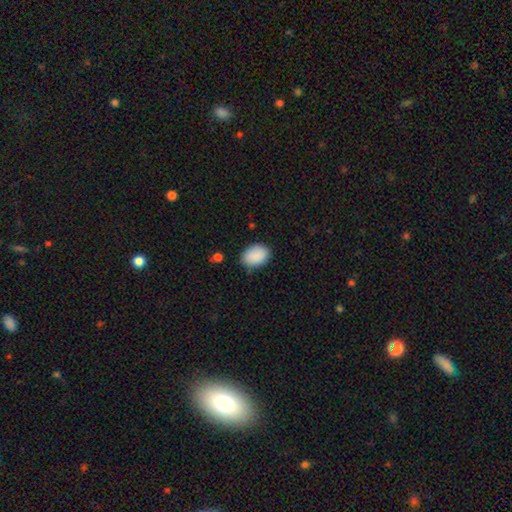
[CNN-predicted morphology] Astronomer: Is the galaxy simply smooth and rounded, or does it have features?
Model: smooth — 90%.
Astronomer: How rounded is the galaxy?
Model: in between — 79%.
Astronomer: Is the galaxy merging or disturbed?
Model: none — 81%.